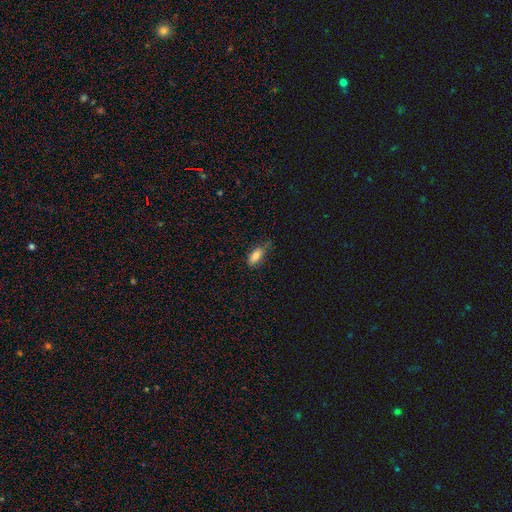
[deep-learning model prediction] This appears to be a smooth galaxy with no disk features (81%) that is in between round and cigar-shaped (83%). Merging: none (59%).